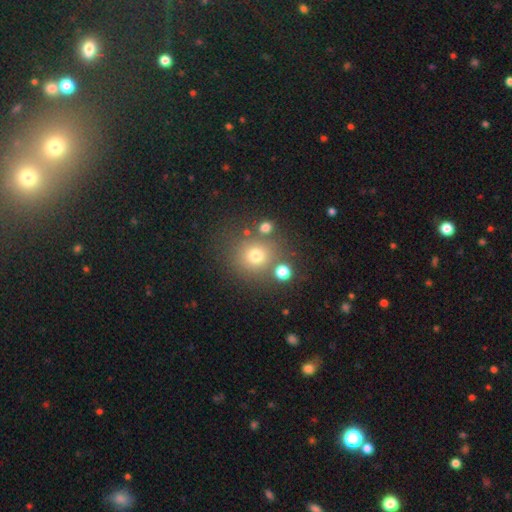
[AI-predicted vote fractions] This appears to be a smooth galaxy with no disk features (71%) that is round (88%). Merging: none (74%).